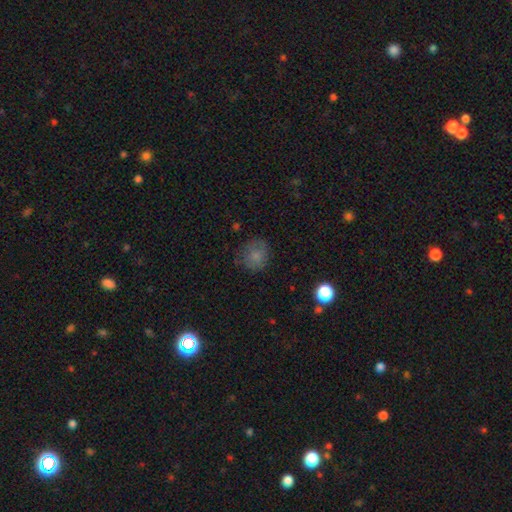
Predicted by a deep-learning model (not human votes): This appears to be a smooth galaxy with no disk features (77%) that is round (81%). Merging: none (70%).